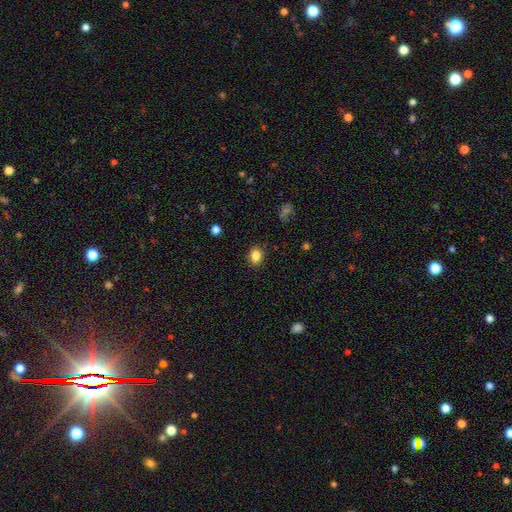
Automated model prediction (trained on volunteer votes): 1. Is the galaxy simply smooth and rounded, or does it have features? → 84% smooth, 10% star or artifact, 5% featured or disk.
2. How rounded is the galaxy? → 58% round, 41% in between, 1% cigar-shaped.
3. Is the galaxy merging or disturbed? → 88% none, 9% minor disturbance, 2% major disturbance, 1% merger.